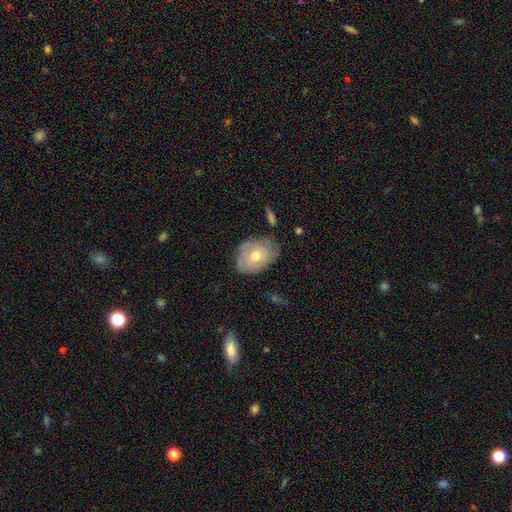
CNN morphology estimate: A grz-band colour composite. It shows a smooth galaxy with no disk features (52%) that is in between round and cigar-shaped (73%). Merging: none (64%).